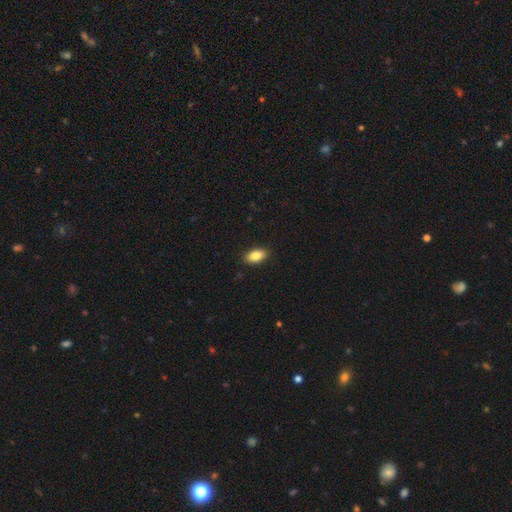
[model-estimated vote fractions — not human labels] This is clearly a smooth galaxy (86%). How rounded: clearly in between (92%). Merging: clearly none (90%).